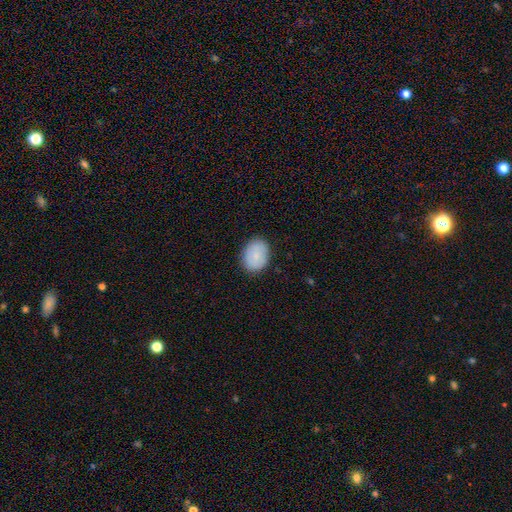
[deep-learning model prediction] smooth_or_featured: smooth (p=0.82) [alt: featured or disk p=0.11]
how_rounded: in between (p=0.55) [alt: round p=0.44]
merging: none (p=0.86) [alt: minor disturbance p=0.11]